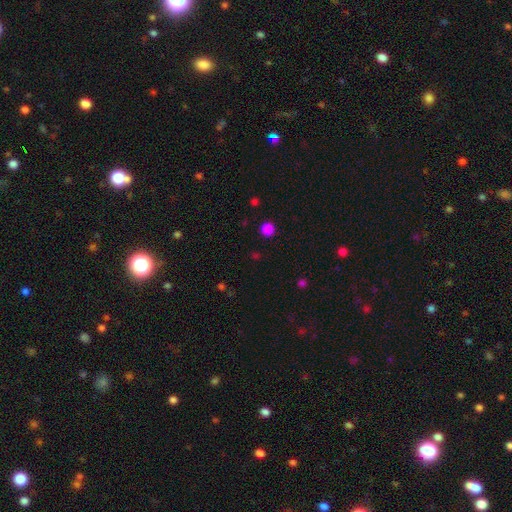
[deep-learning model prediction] Smooth or featured?
  - smooth: 68% *
  - star or artifact: 29%
  - featured or disk: 4%
How rounded?
  - round: 92% *
  - in between: 7%
  - cigar-shaped: 1%
Merging?
  - none: 90% *
  - minor disturbance: 5%
  - major disturbance: 3%
  - merger: 2%